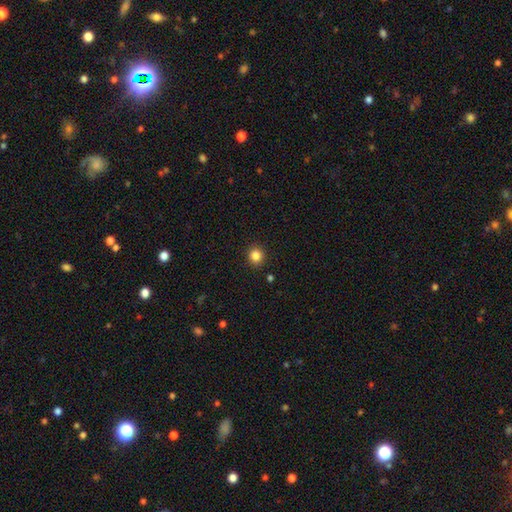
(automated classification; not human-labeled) smooth 84%, star or artifact 12%, featured or disk 4%. Down the decision tree: how rounded — round (89%); merging — none (91%).